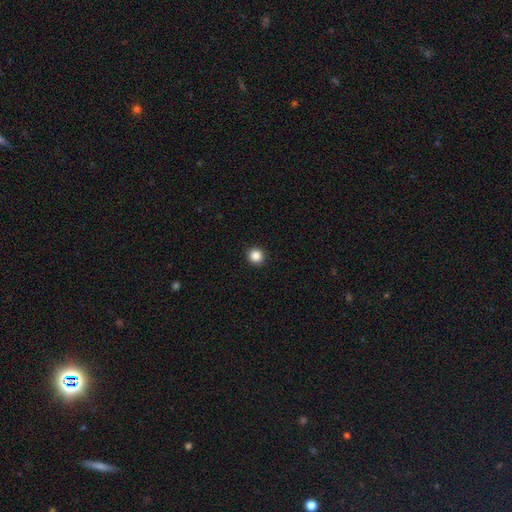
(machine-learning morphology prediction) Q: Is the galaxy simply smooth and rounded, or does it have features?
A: smooth — 86%.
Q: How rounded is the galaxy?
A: round — 95%.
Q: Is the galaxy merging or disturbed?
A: none — 93%.